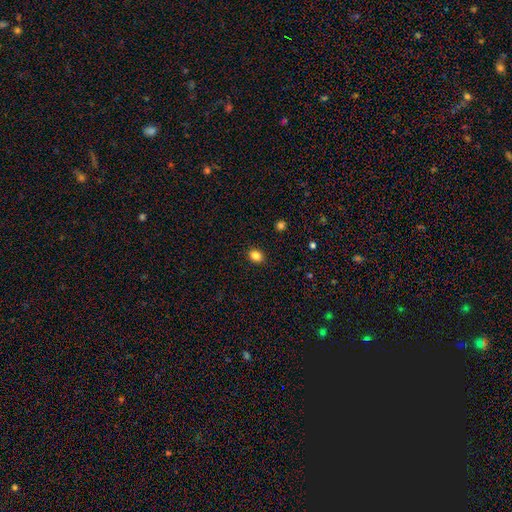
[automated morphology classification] Q: Smooth or featured?
A: smooth (85%); runner-up: star or artifact (11%)
Q: How rounded?
A: in between (50%); runner-up: round (49%)
Q: Merging?
A: none (90%); runner-up: minor disturbance (7%)